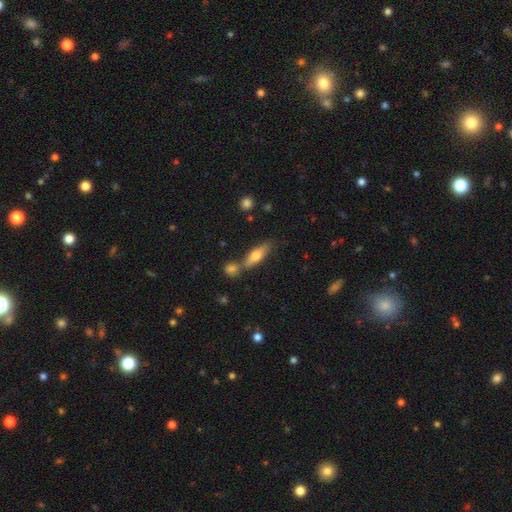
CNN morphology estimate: The model was most divided on "how rounded": cigar-shaped: 53%, in between: 44%, round: 3%. More confident: merging — none (62%); smooth or featured — smooth (60%).